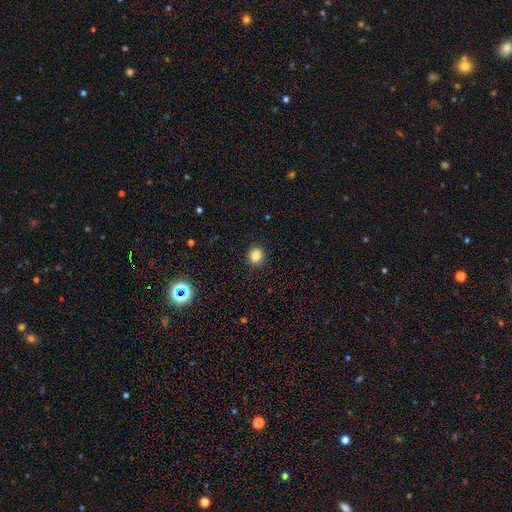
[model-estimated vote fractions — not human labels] The model was most divided on "how rounded": round: 79%, in between: 20%, cigar-shaped: 1%. More confident: merging — none (89%); smooth or featured — smooth (85%).